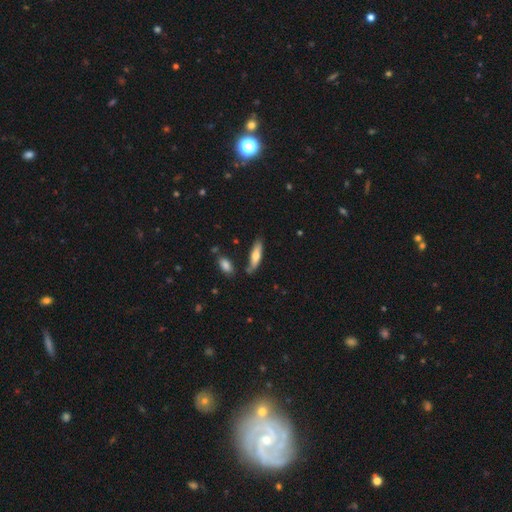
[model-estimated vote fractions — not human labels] Q: Smooth or featured?
A: smooth (66%); runner-up: featured or disk (28%)
Q: How rounded?
A: cigar-shaped (63%); runner-up: in between (35%)
Q: Merging?
A: none (73%); runner-up: minor disturbance (17%)